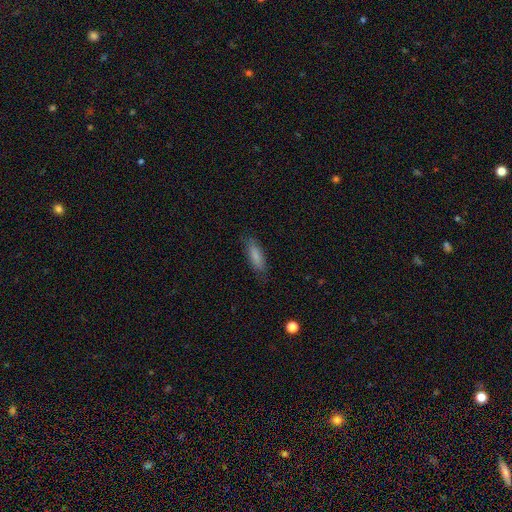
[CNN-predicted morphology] Smooth or featured: smooth — 82% (featured or disk — 12%)
How rounded: in between — 57% (cigar-shaped — 42%)
Merging: none — 80% (minor disturbance — 16%)